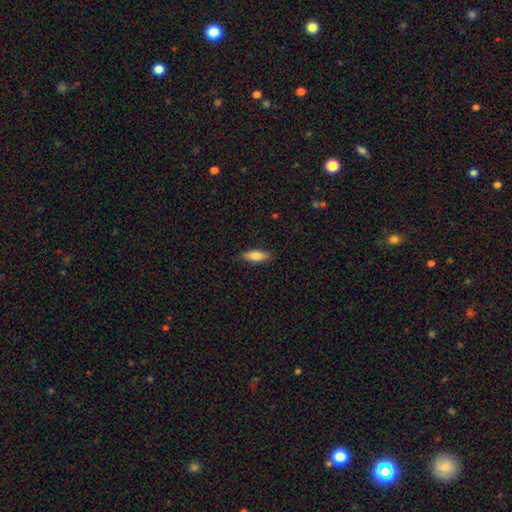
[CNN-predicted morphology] smooth 79%, featured or disk 15%, star or artifact 6%. Down the decision tree: how rounded — in between (51%); merging — none (86%).